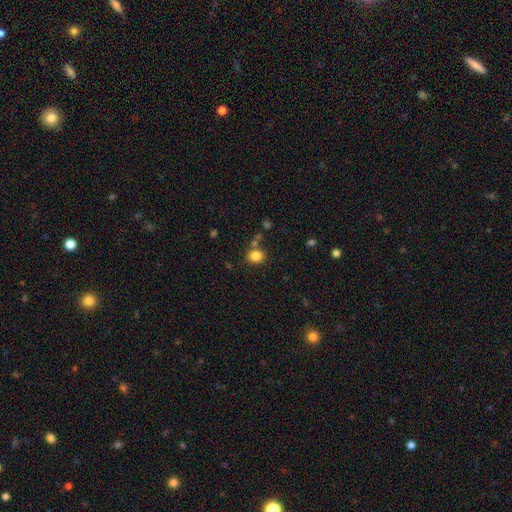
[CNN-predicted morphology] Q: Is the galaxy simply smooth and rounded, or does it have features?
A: smooth — 83%.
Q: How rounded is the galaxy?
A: round — 72%.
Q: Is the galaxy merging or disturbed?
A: none — 77%.